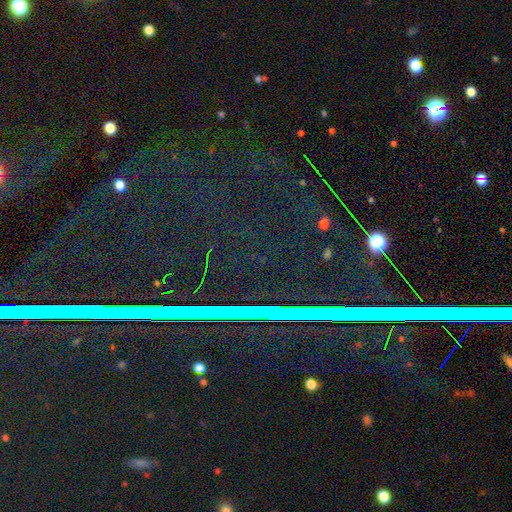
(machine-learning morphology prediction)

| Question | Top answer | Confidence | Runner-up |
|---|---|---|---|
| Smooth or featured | star or artifact | 83% | featured or disk (9%) |